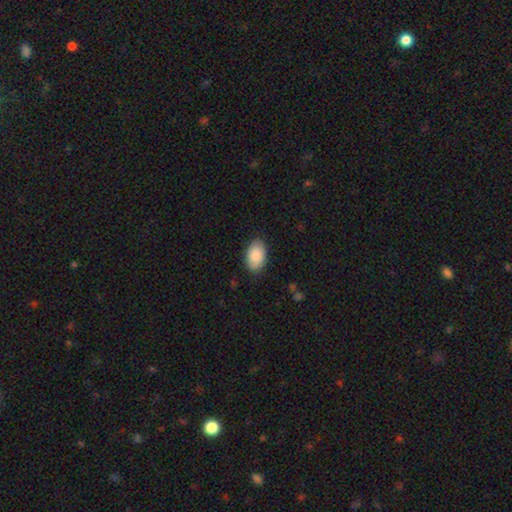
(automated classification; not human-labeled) Smooth or featured? Predicted: smooth (p=0.88). How rounded? Predicted: in between (p=0.92). Merging? Predicted: none (p=0.84).